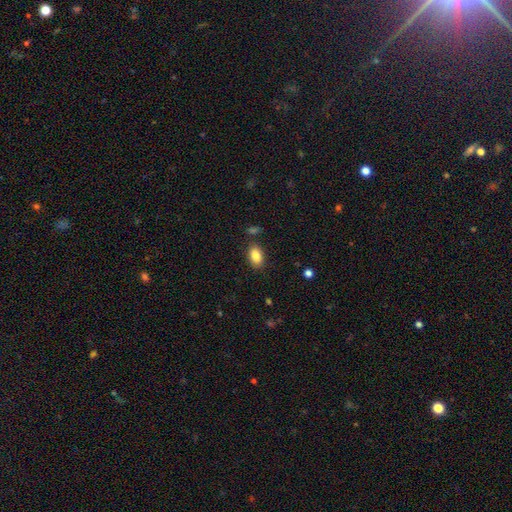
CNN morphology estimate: smooth 87%, star or artifact 8%, featured or disk 5%. Down the decision tree: how rounded — in between (91%); merging — none (83%).